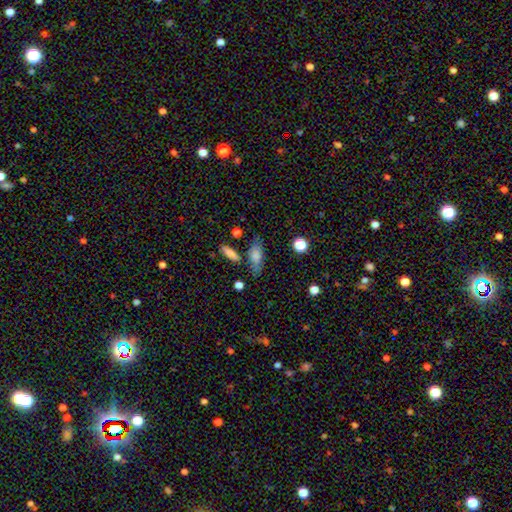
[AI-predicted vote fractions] smooth_or_featured: smooth (p=0.75) [alt: featured or disk p=0.17]
how_rounded: in between (p=0.72) [alt: cigar-shaped p=0.24]
merging: none (p=0.66) [alt: minor disturbance p=0.19]